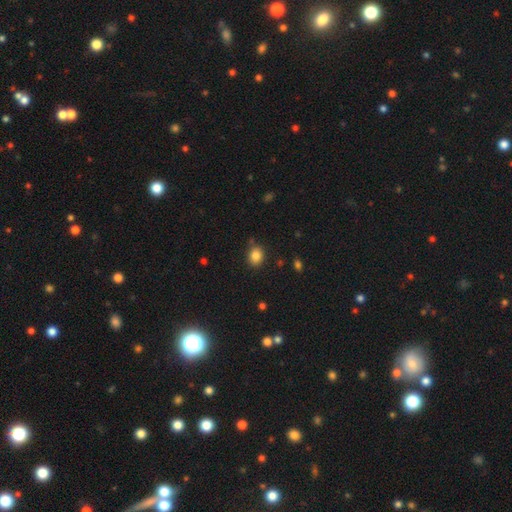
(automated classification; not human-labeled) A smooth galaxy with no disk features (84%) that is round (57%). Merging: none (82%).